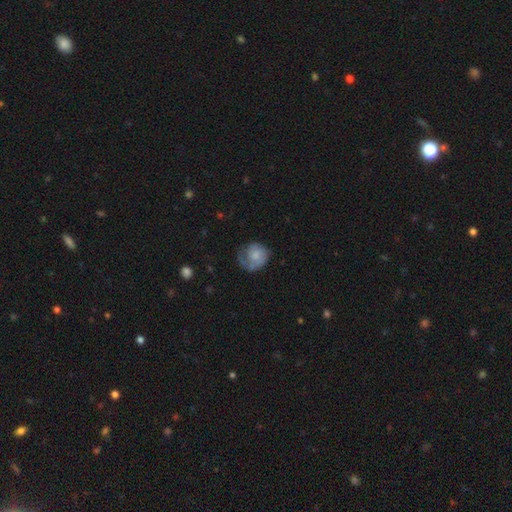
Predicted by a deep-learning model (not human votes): smooth 49%, featured or disk 44%, star or artifact 7%. Down the decision tree: merging — none (47%).